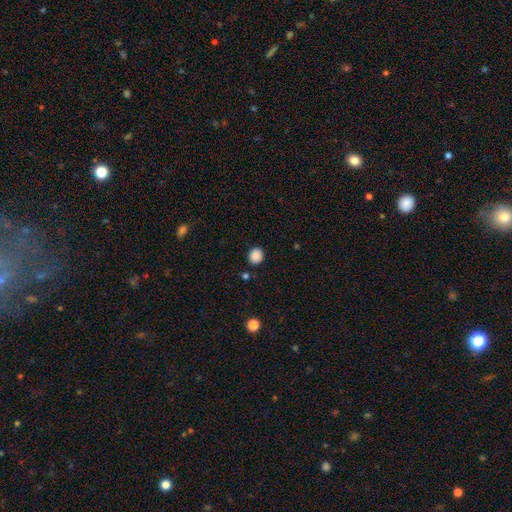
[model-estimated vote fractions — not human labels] This appears to be a smooth galaxy with no disk features (87%) that is round (73%). Merging: none (87%).